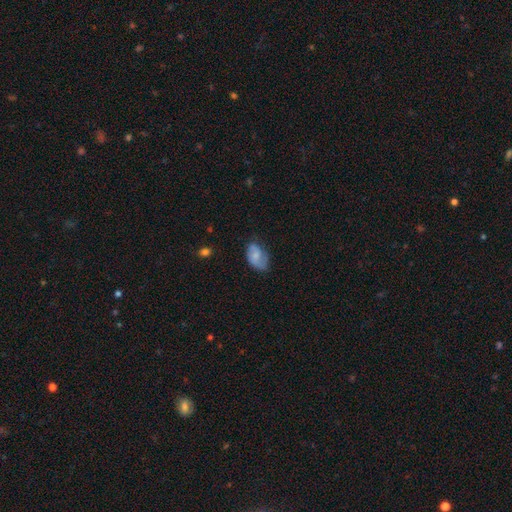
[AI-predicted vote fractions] Overall: smooth (56%; featured or disk 36%). How rounded: in between (90%). Merging: none (54%; minor disturbance 32%).